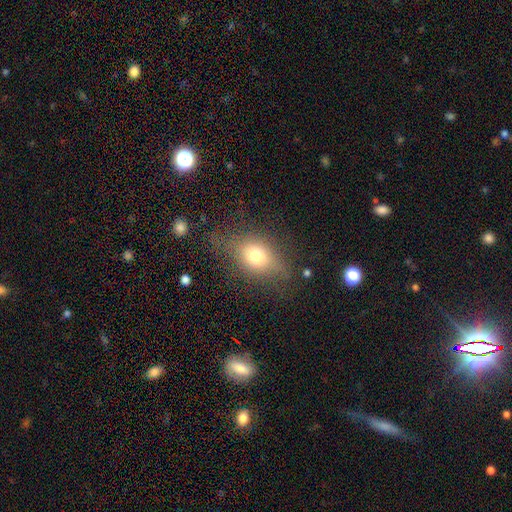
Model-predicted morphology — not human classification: Overall: smooth (68%). How rounded: in between (70%). Merging: none (63%; minor disturbance 23%).